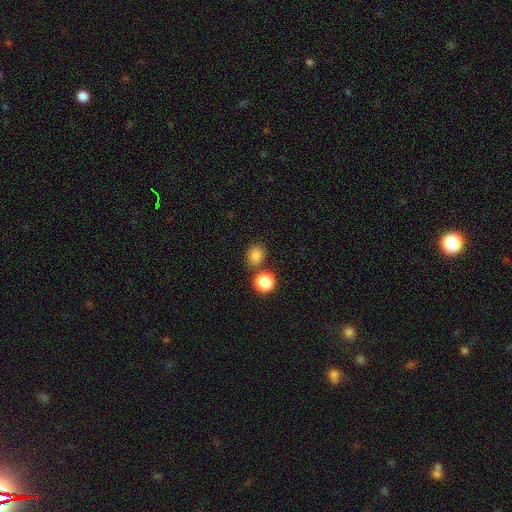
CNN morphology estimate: type=smooth (82%); roundness=round (62%); merging=none (73%).